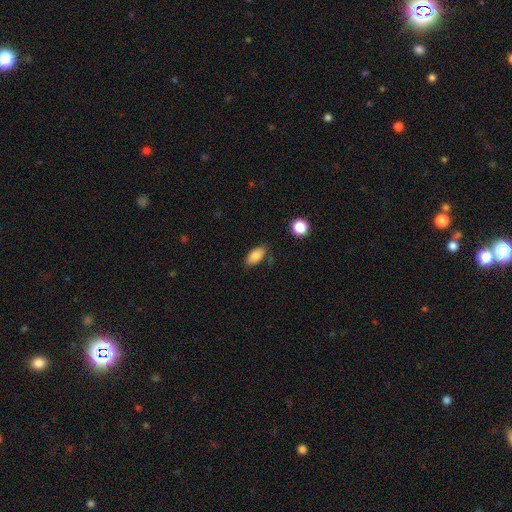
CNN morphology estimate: Overall: smooth (85%). How rounded: in between (91%). Merging: none (78%).